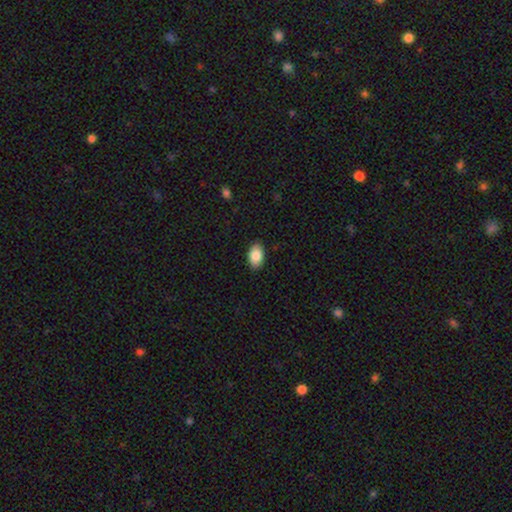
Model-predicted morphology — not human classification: The model was most divided on "smooth or featured": smooth: 86%, featured or disk: 8%, star or artifact: 7%. More confident: how rounded — in between (91%); merging — none (89%).